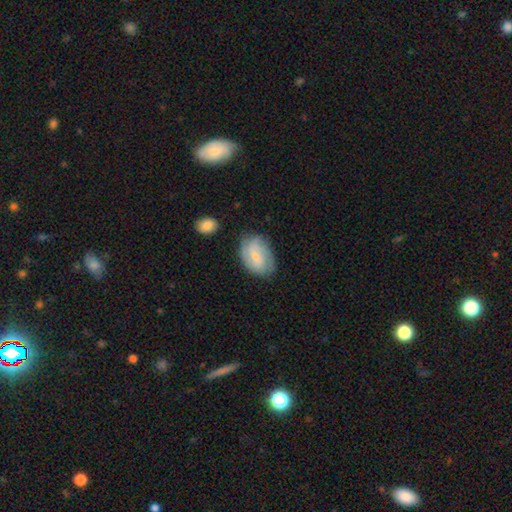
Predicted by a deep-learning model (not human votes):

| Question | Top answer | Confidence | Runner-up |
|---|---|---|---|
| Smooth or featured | featured or disk | 52% | smooth (41%) |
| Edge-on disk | no | 97% | yes (3%) |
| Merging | none | 70% | minor disturbance (21%) |